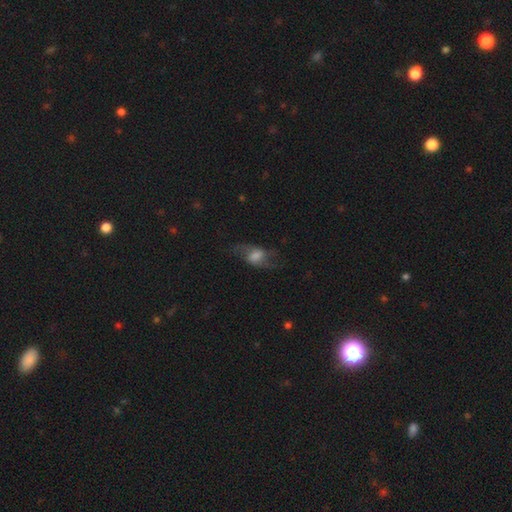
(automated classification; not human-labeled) The model was most divided on "smooth or featured": featured or disk: 50%, smooth: 40%, star or artifact: 10%. More confident: edge-on disk — no (90%); merging — none (58%).